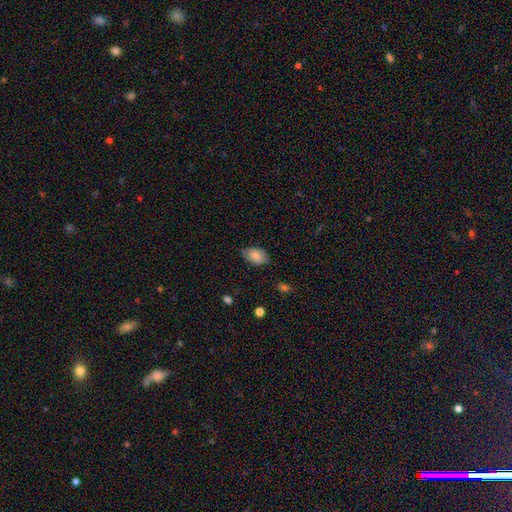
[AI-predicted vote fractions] smooth 81%, featured or disk 11%, star or artifact 7%. Down the decision tree: how rounded — in between (89%); merging — none (76%).